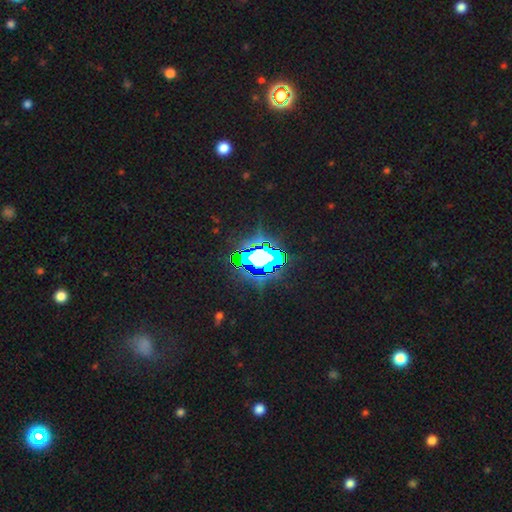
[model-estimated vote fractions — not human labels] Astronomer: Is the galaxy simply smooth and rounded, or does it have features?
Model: star or artifact — 70%.